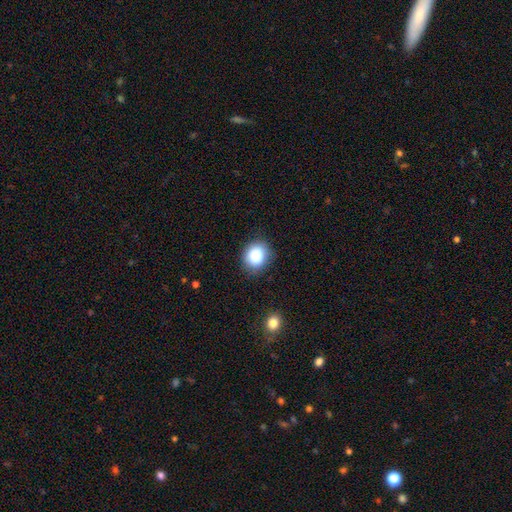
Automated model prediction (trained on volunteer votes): smooth-or-featured: smooth: 86% | star or artifact: 9% | featured or disk: 5%
  how-rounded: round: 68% | in between: 31% | cigar-shaped: 1%
  merging: none: 84% | minor disturbance: 12% | major disturbance: 3% | merger: 1%